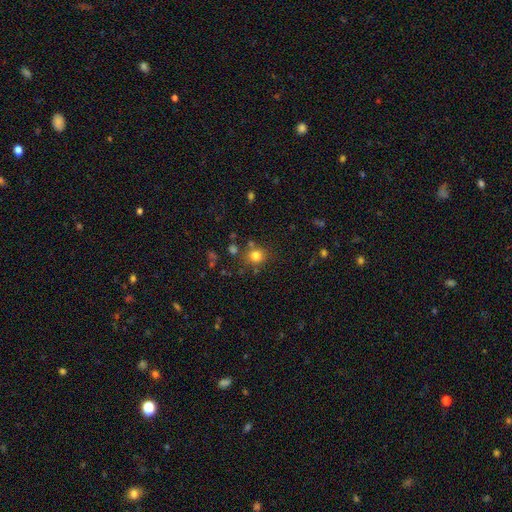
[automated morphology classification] A smooth galaxy with no disk features (77%) that is round (84%). Merging: none (75%).